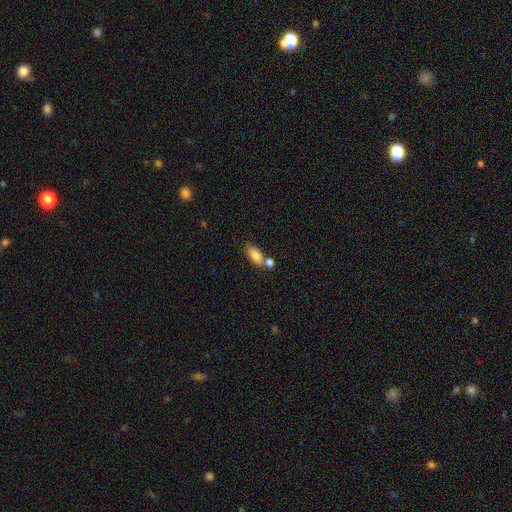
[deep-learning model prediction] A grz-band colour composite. It shows a smooth galaxy with no disk features (84%) that is in between round and cigar-shaped (88%). Merging: none (56%).